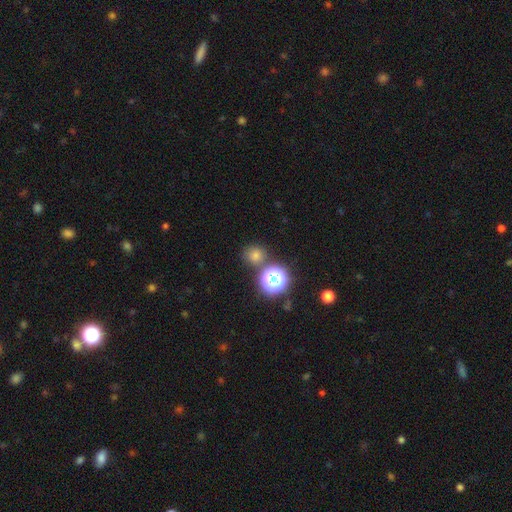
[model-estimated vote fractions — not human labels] Q: Smooth or featured?
A: smooth (70%); runner-up: star or artifact (23%)
Q: How rounded?
A: round (88%); runner-up: in between (11%)
Q: Merging?
A: none (76%); runner-up: merger (12%)